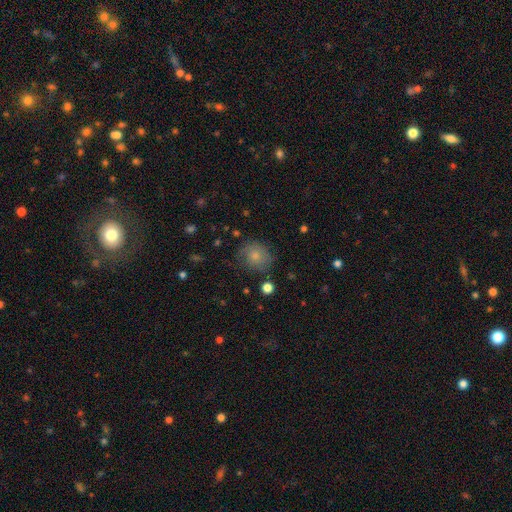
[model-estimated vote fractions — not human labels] This appears to be a smooth galaxy with no disk features (75%) that is round (78%). Merging: none (69%).